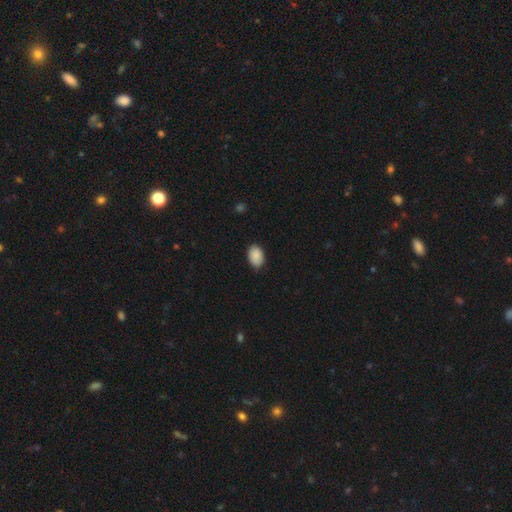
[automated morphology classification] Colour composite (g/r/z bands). It shows a smooth galaxy with no disk features (89%) that is in between round and cigar-shaped (89%). Merging: none (85%).